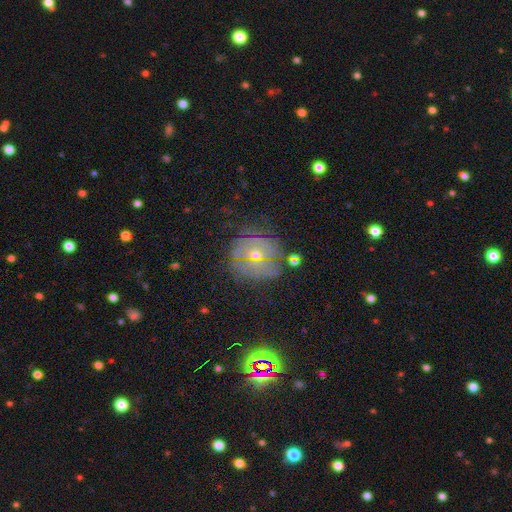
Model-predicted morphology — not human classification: This is possibly a featured or disk galaxy (49%). Merging: likely none (73%).